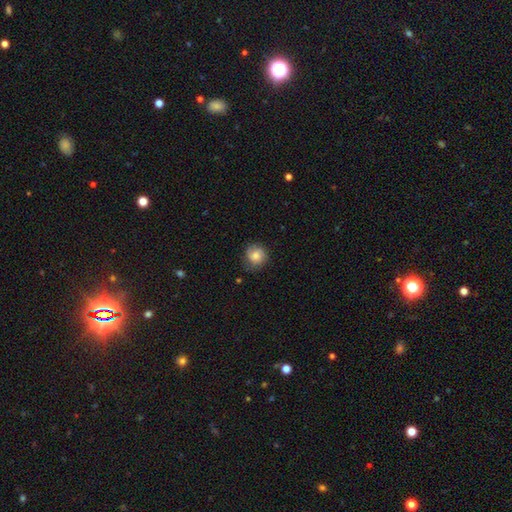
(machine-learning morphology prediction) Smooth or featured? Predicted: smooth (p=0.73). How rounded? Predicted: round (p=0.88). Merging? Predicted: none (p=0.76).